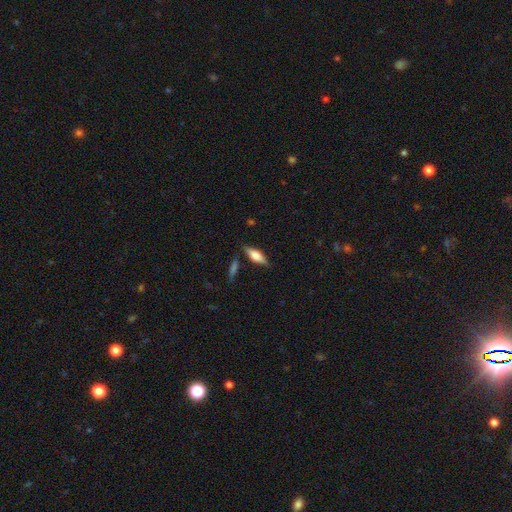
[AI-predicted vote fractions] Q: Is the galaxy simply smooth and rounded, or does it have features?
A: smooth — 67%.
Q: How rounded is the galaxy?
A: in between — 64%.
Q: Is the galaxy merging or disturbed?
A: none — 78%.